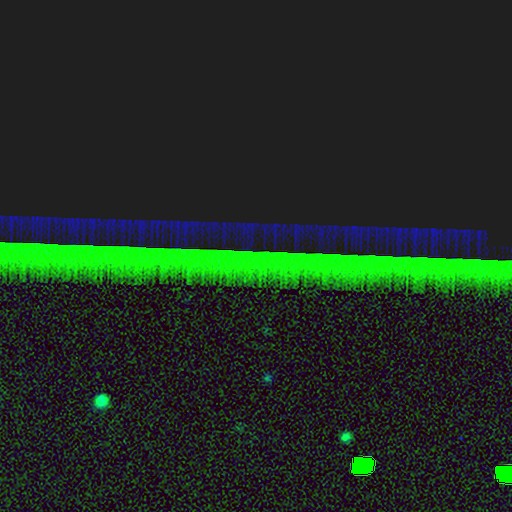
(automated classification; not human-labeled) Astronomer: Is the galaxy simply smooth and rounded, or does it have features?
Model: star or artifact — 88%.